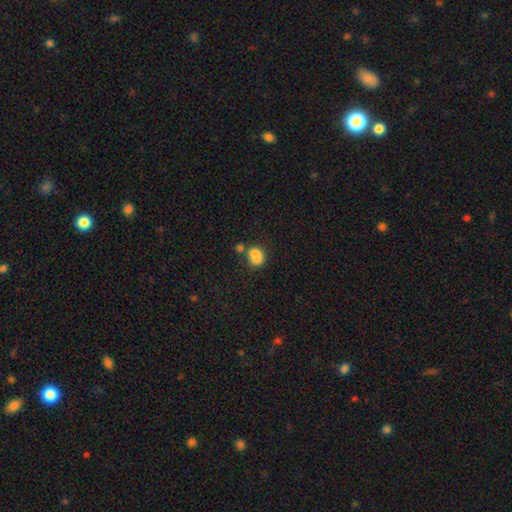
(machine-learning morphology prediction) type=smooth (78%); roundness=round (51%); merging=merger (40%).